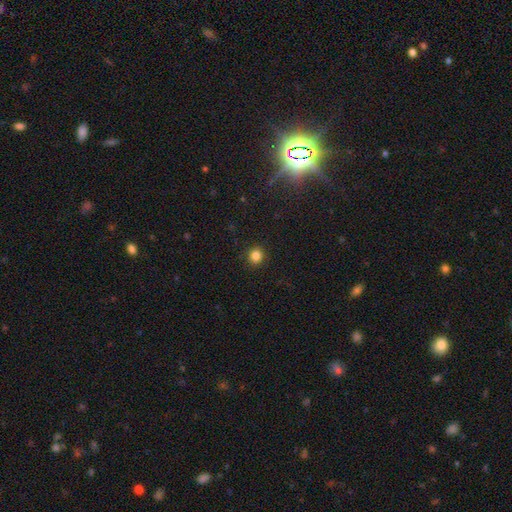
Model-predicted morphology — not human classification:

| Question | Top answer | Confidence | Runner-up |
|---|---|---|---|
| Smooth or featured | smooth | 84% | star or artifact (12%) |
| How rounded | round | 88% | in between (11%) |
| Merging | none | 91% | minor disturbance (6%) |